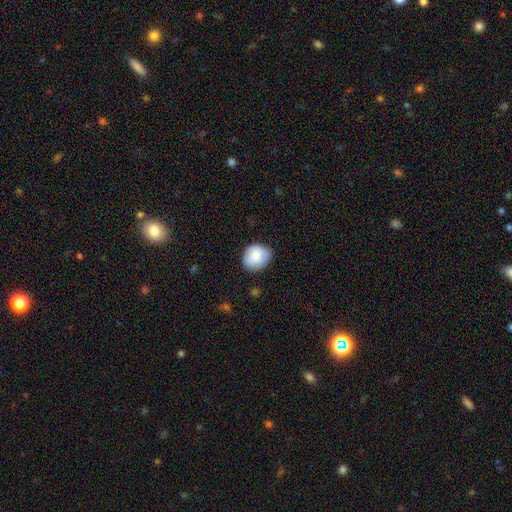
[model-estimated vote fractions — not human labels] smooth 83%, featured or disk 10%, star or artifact 7%. Down the decision tree: how rounded — round (71%); merging — none (76%).